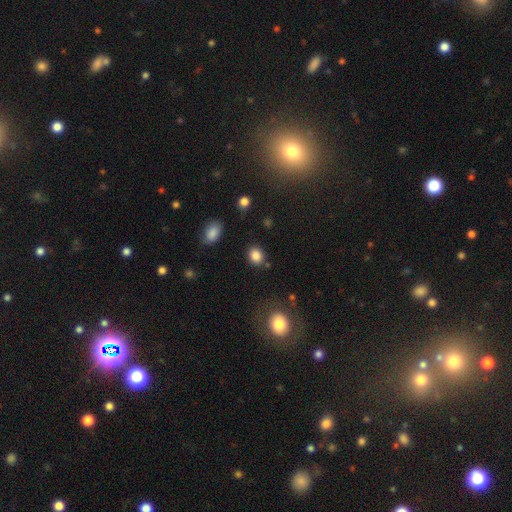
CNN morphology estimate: Q: Smooth or featured?
A: smooth (86%); runner-up: star or artifact (10%)
Q: How rounded?
A: round (61%); runner-up: in between (38%)
Q: Merging?
A: none (84%); runner-up: minor disturbance (10%)